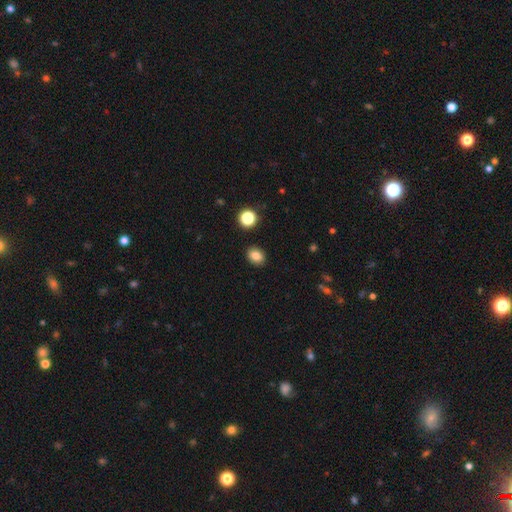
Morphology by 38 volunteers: smooth_or_featured: smooth (p=0.92) [alt: star or artifact p=0.08]
how_rounded: in between (p=0.60) [alt: round p=0.34]
merging: none (p=0.83) [alt: minor disturbance p=0.11]